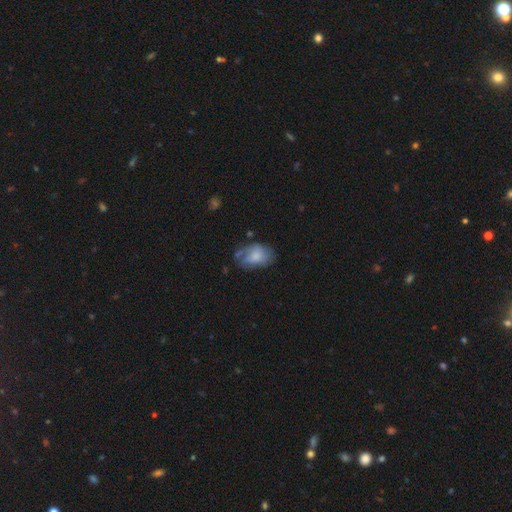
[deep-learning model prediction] Smooth or featured: smooth — 59% (featured or disk — 33%)
How rounded: in between — 85% (round — 13%)
Merging: none — 44% (minor disturbance — 32%)